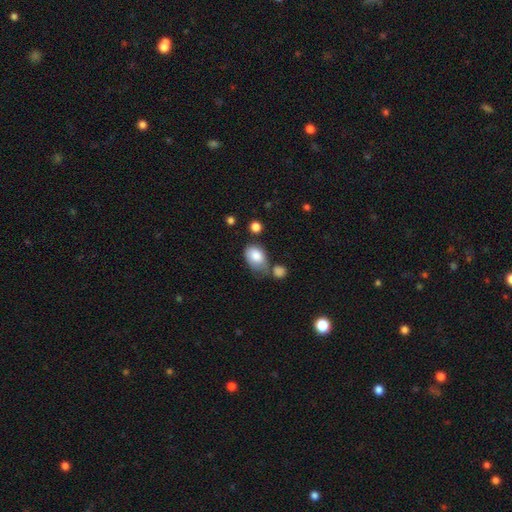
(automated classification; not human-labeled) A smooth galaxy with no disk features (82%) that is in between round and cigar-shaped (87%).

Vote fractions:
- Smooth or featured? smooth: 82% / featured or disk: 11% / star or artifact: 7%
- How rounded? in between: 87% / round: 11% / cigar-shaped: 1%
- Merging? none: 40% / minor disturbance: 29% / merger: 18% / major disturbance: 13%